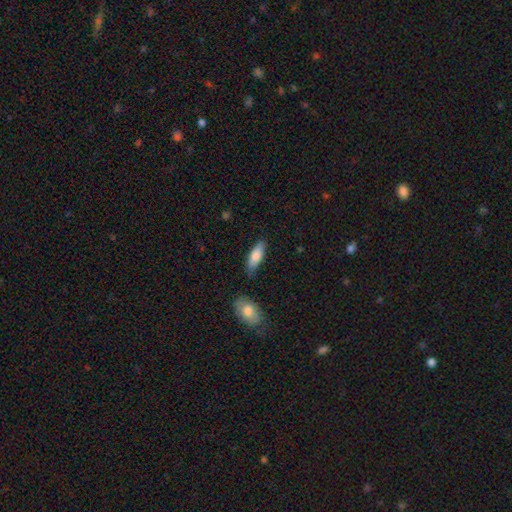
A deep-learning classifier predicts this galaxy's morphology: Smooth or featured? Predicted: smooth (p=0.79). How rounded? Predicted: in between (p=0.65). Merging? Predicted: none (p=0.77).